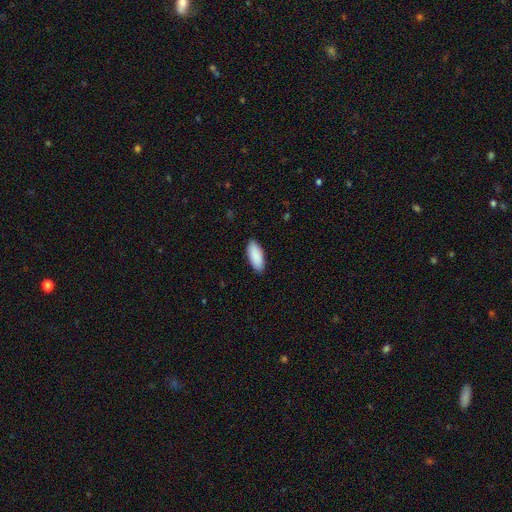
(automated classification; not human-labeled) smooth-or-featured: smooth: 91% | star or artifact: 5% | featured or disk: 4%
  how-rounded: in between: 85% | cigar-shaped: 13% | round: 2%
  merging: none: 89% | minor disturbance: 9% | major disturbance: 2% | merger: 1%